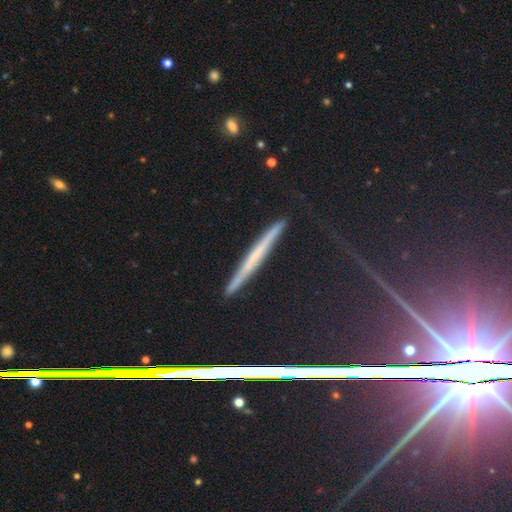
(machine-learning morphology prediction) A featured or disk galaxy (54%) viewed edge-on (96%) with no central bulge (75%).

Vote fractions:
- Smooth or featured? featured or disk: 54% / smooth: 30% / star or artifact: 17%
- Edge-on disk? yes: 96% / no: 4%
- Edge-on bulge? none: 75% / rounded: 18% / boxy: 7%
- Merging? none: 87% / minor disturbance: 10% / major disturbance: 2% / merger: 2%